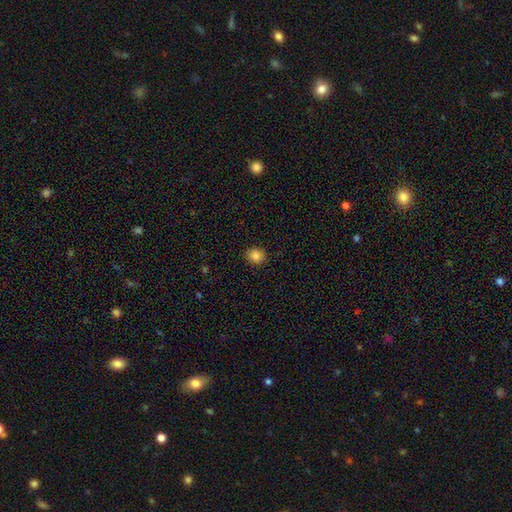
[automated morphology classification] smooth_or_featured: smooth (p=0.85) [alt: star or artifact p=0.11]
how_rounded: round (p=0.74) [alt: in between p=0.25]
merging: none (p=0.90) [alt: minor disturbance p=0.07]